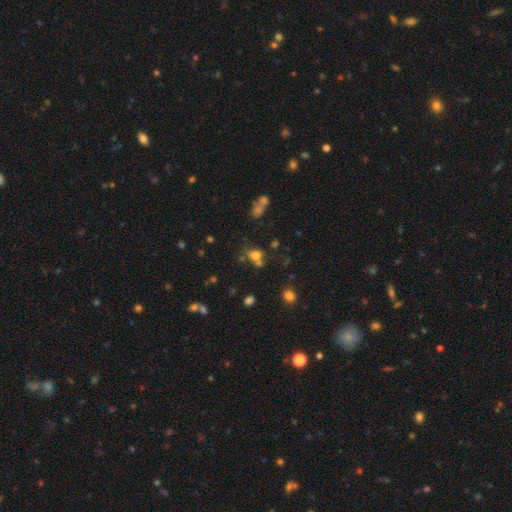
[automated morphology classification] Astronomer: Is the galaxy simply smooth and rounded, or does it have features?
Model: smooth — 72%.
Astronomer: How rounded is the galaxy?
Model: round — 53% (runner-up: in between, 45%).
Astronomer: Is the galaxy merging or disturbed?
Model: none — 49% (runner-up: merger, 32%).